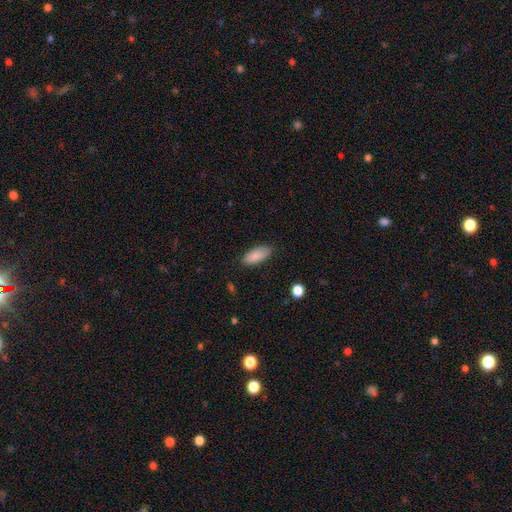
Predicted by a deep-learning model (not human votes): A smooth galaxy with no disk features (87%) that is in between round and cigar-shaped (83%). Merging: none (82%).